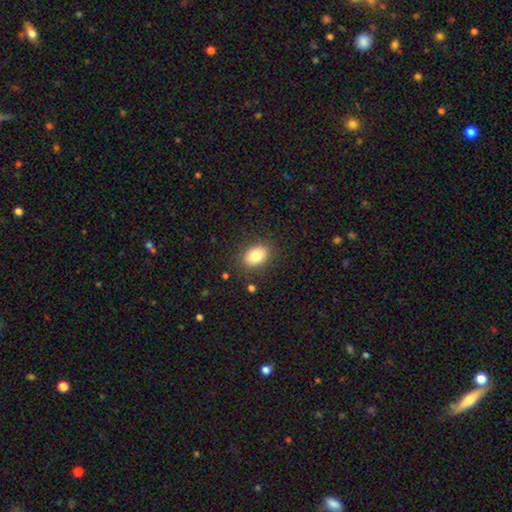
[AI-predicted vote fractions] The model was most divided on "how rounded": in between: 70%, round: 29%, cigar-shaped: 1%. More confident: merging — none (85%); smooth or featured — smooth (81%).